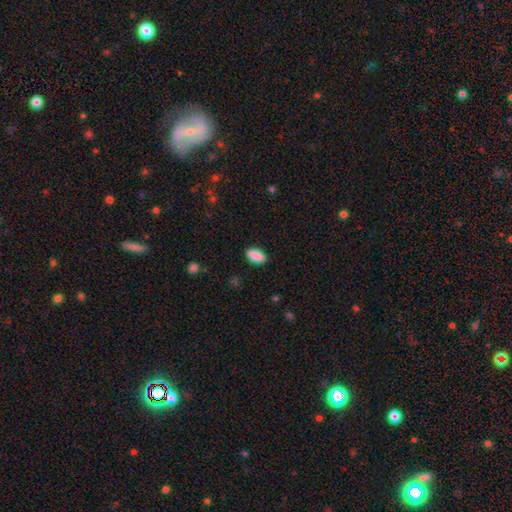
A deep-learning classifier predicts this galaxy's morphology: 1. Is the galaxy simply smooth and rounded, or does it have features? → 90% smooth, 7% star or artifact, 3% featured or disk.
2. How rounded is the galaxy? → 93% in between, 4% cigar-shaped, 3% round.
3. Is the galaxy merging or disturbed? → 88% none, 9% minor disturbance, 2% major disturbance, 1% merger.